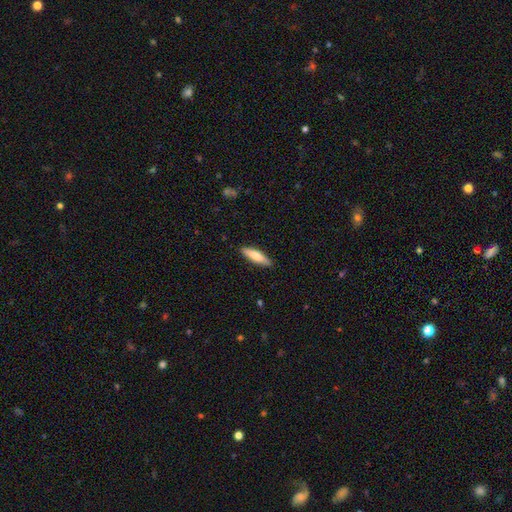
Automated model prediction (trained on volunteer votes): Smooth or featured? smooth (73%)
How rounded? cigar-shaped (73%)
Merging? none (88%)